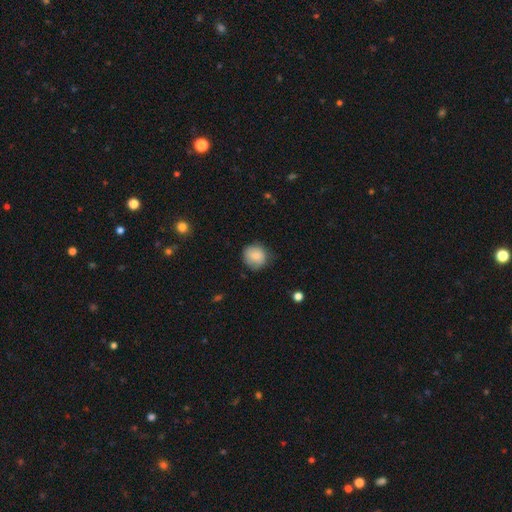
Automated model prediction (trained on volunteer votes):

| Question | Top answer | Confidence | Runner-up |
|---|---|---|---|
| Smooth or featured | smooth | 85% | star or artifact (8%) |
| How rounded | round | 84% | in between (15%) |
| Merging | none | 76% | minor disturbance (19%) |